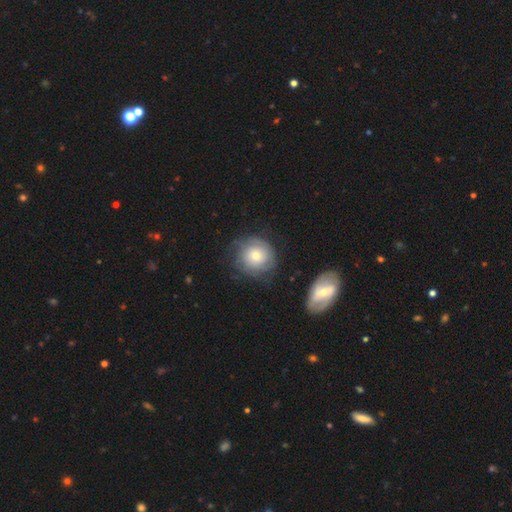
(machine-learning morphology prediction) featured or disk 52%, smooth 40%, star or artifact 7%. Down the decision tree: edge-on disk — no (97%); bar — no (82%); spiral arms — yes (82%); bulge size — moderate (50%); merging — none (71%).